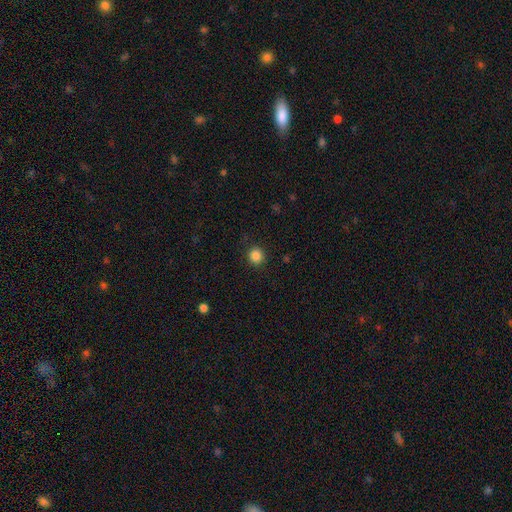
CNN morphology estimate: Smooth or featured? smooth (86%)
How rounded? round (92%)
Merging? none (91%)